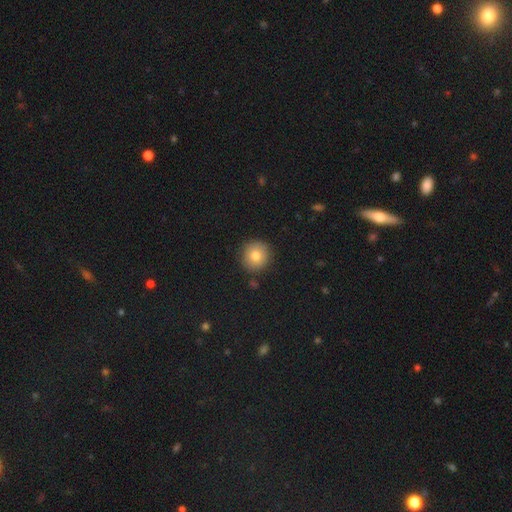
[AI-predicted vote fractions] smooth_or_featured: smooth (p=0.78) [alt: featured or disk p=0.12]
how_rounded: round (p=0.94) [alt: in between p=0.05]
merging: none (p=0.89) [alt: minor disturbance p=0.07]